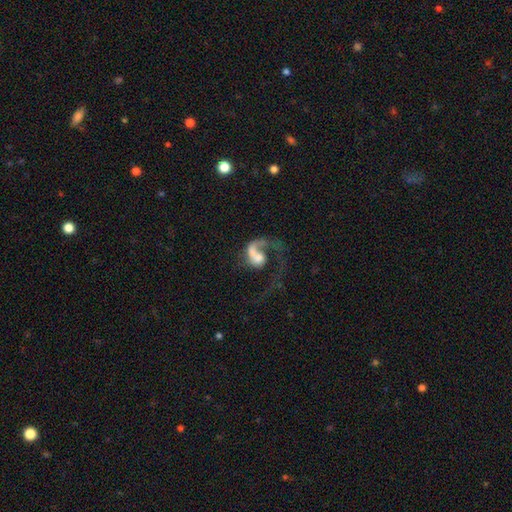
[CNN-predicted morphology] This appears to be a featured or disk galaxy (73%) with no bar (69%), 1 (89%) loose (65%) spiral arms (87%) and a moderate central bulge (34%). Merging: major disturbance (49%).